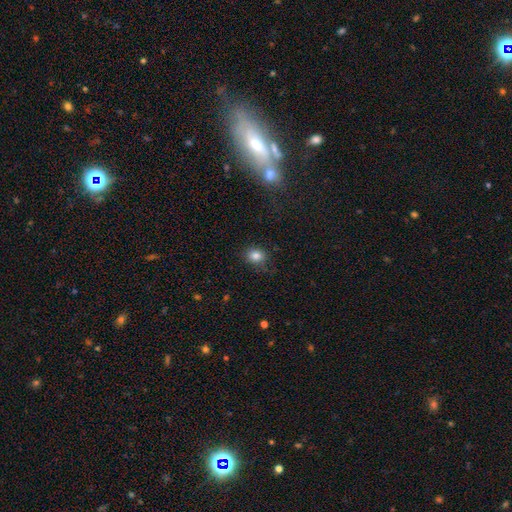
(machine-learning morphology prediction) This is clearly a smooth galaxy (83%). How rounded: likely round (63%). Merging: likely none (79%).